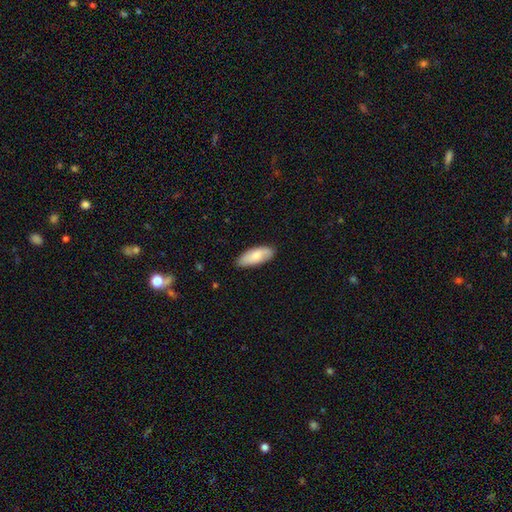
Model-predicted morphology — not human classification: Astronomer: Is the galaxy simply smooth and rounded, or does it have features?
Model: smooth — 77%.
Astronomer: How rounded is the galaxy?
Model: in between — 80%.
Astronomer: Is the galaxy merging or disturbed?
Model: none — 84%.